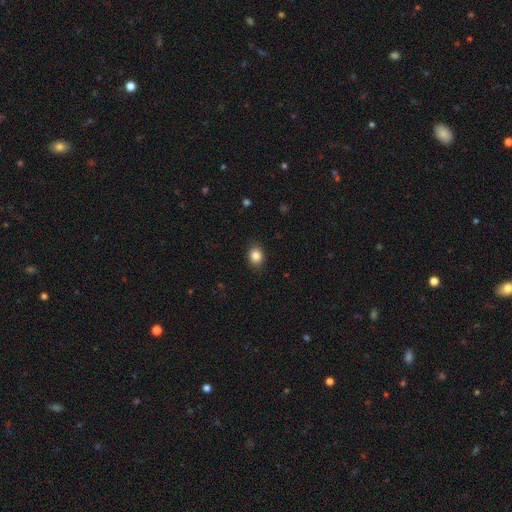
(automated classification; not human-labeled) A smooth galaxy with no disk features (85%) that is in between round and cigar-shaped (51%).

Vote fractions:
- Smooth or featured? smooth: 85% / star or artifact: 9% / featured or disk: 5%
- How rounded? in between: 51% / round: 48% / cigar-shaped: 1%
- Merging? none: 87% / minor disturbance: 10% / major disturbance: 2% / merger: 1%